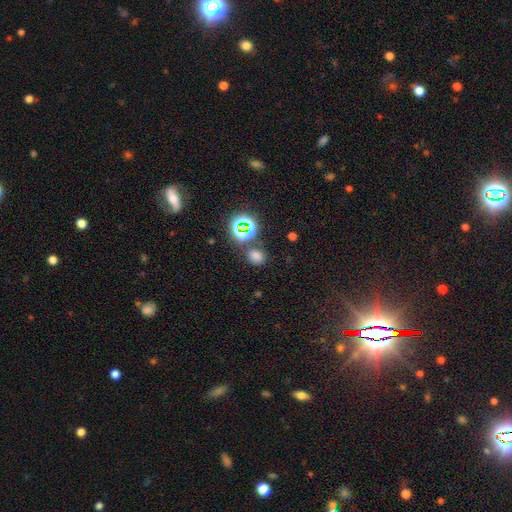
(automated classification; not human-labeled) Q: Smooth or featured?
A: smooth (68%); runner-up: star or artifact (27%)
Q: How rounded?
A: round (61%); runner-up: in between (38%)
Q: Merging?
A: none (76%); runner-up: minor disturbance (11%)